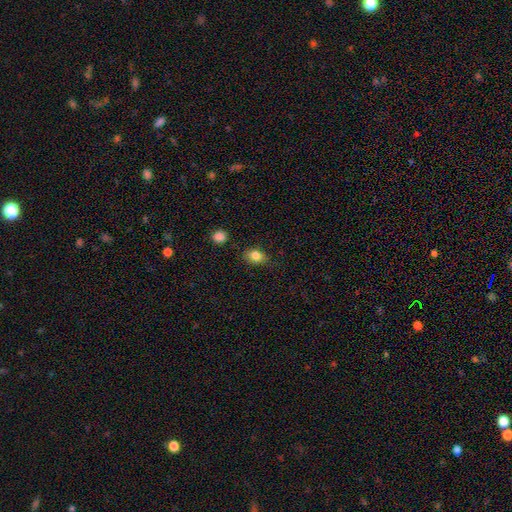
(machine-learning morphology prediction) A smooth galaxy with no disk features (82%) that is in between round and cigar-shaped (68%). Merging: none (76%).